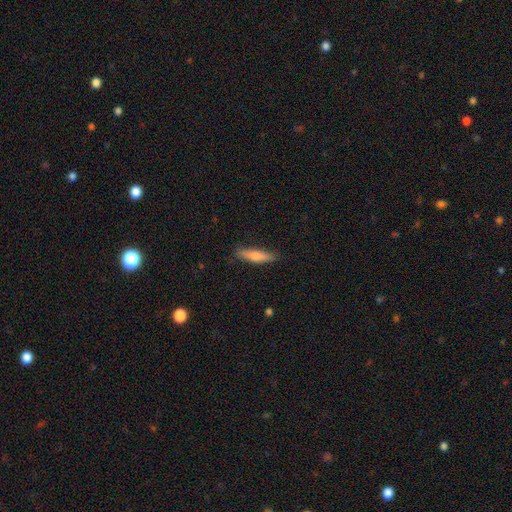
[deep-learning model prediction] Smooth or featured: smooth — 60% (featured or disk — 33%)
How rounded: cigar-shaped — 83% (in between — 15%)
Merging: none — 87% (minor disturbance — 10%)